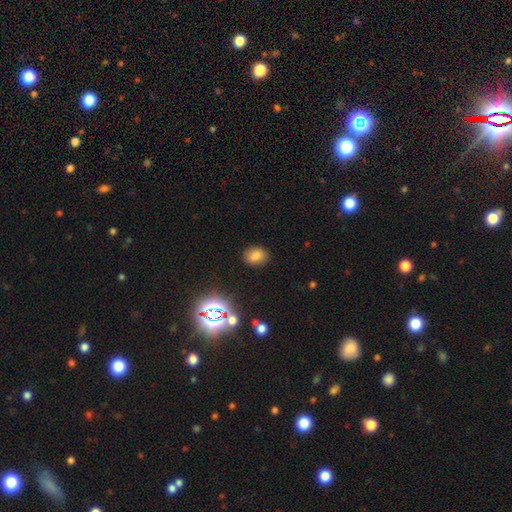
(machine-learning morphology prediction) smooth-or-featured: smooth: 78% | star or artifact: 16% | featured or disk: 6%
  how-rounded: in between: 55% | round: 44% | cigar-shaped: 1%
  merging: none: 86% | minor disturbance: 9% | major disturbance: 3% | merger: 1%